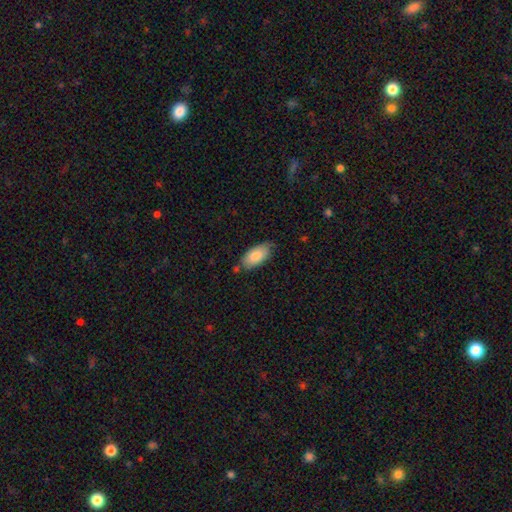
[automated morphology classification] Overall: smooth (82%). How rounded: in between (93%). Merging: none (71%).